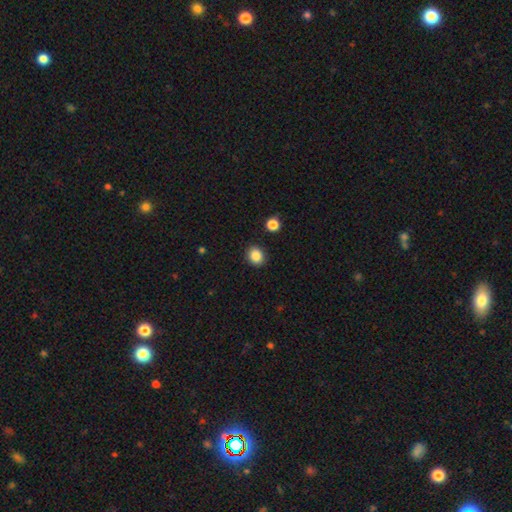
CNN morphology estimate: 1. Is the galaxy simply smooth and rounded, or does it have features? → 86% smooth, 10% star or artifact, 4% featured or disk.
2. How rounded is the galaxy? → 71% round, 29% in between, 1% cigar-shaped.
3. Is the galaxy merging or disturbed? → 90% none, 7% minor disturbance, 2% major disturbance, 2% merger.